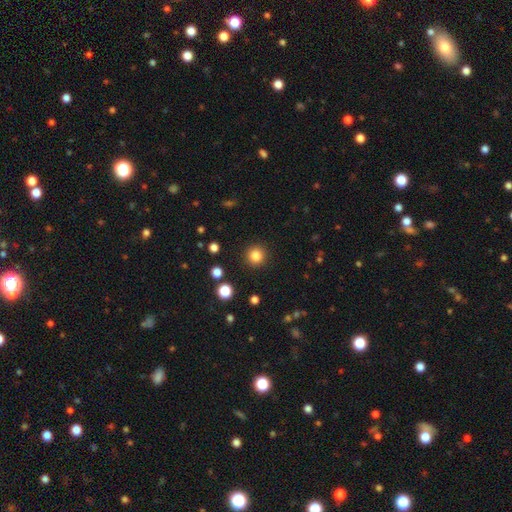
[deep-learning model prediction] Smooth or featured?
  - smooth: 84% *
  - star or artifact: 12%
  - featured or disk: 5%
How rounded?
  - round: 94% *
  - in between: 5%
  - cigar-shaped: 1%
Merging?
  - none: 91% *
  - minor disturbance: 5%
  - major disturbance: 2%
  - merger: 1%